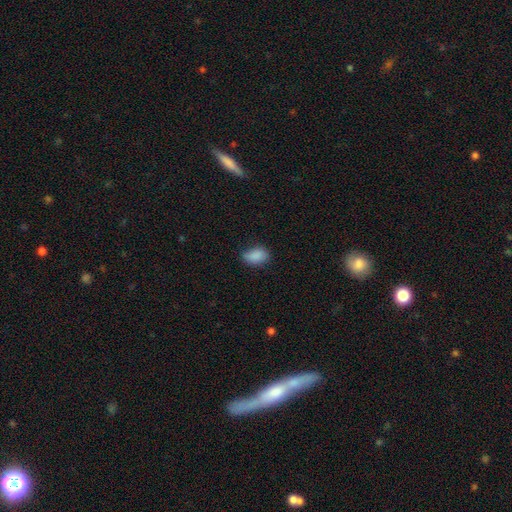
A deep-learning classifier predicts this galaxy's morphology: Smooth or featured: smooth — 88% (star or artifact — 8%)
How rounded: in between — 86% (round — 13%)
Merging: none — 68% (minor disturbance — 25%)